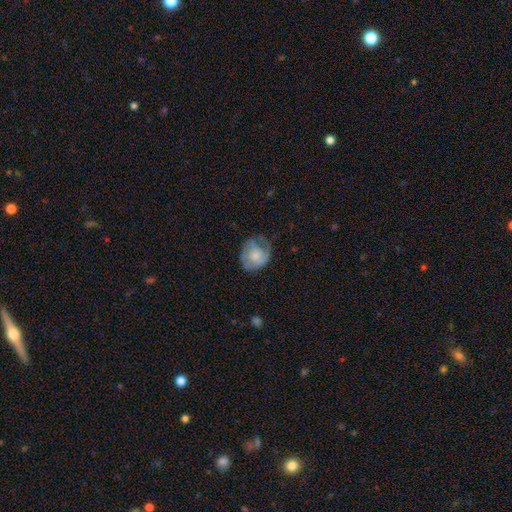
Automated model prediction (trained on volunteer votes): smooth 58%, featured or disk 34%, star or artifact 8%. Down the decision tree: how rounded — round (65%); merging — none (45%).